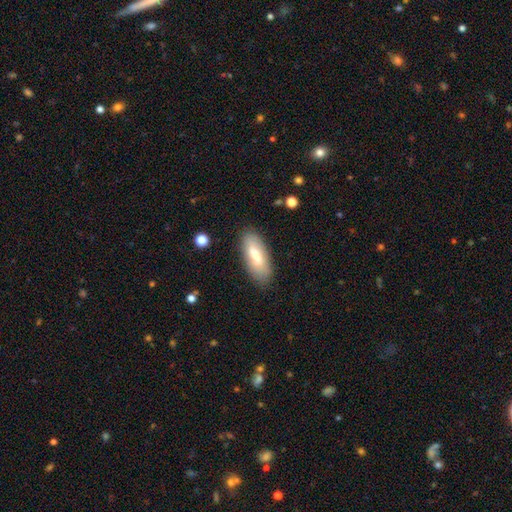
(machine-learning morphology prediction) A smooth galaxy with no disk features (72%) that is in between round and cigar-shaped (76%). Merging: none (81%).